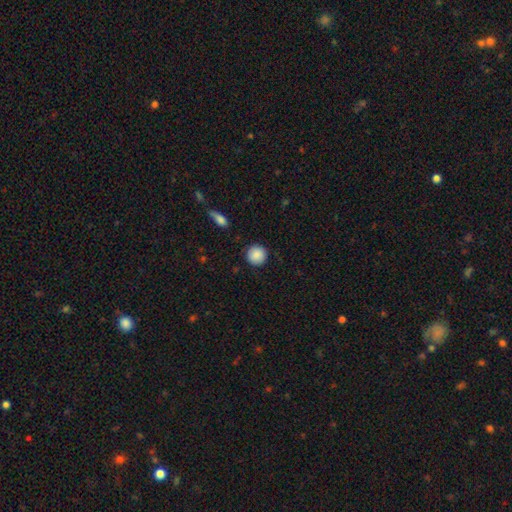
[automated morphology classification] Overall: smooth (89%). How rounded: round (94%). Merging: none (90%).